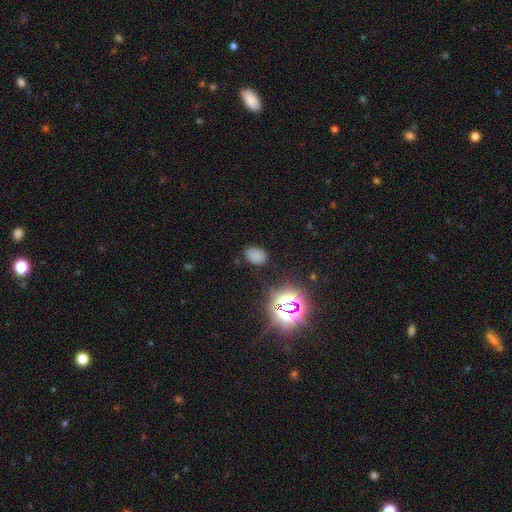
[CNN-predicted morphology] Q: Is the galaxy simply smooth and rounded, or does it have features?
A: smooth — 69%.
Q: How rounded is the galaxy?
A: in between — 81%.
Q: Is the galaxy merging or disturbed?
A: none — 79%.